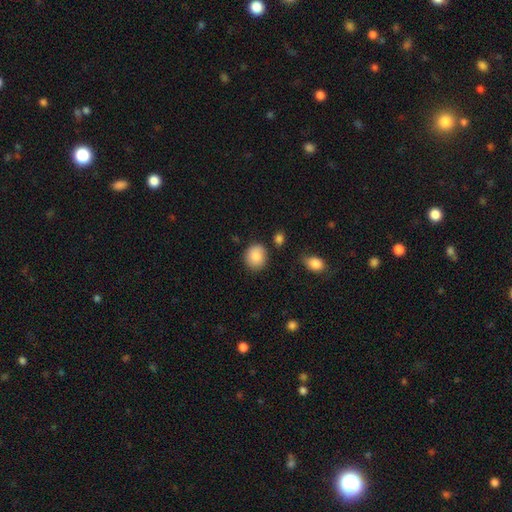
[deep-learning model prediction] Overall: smooth (88%). How rounded: round (76%). Merging: none (80%).